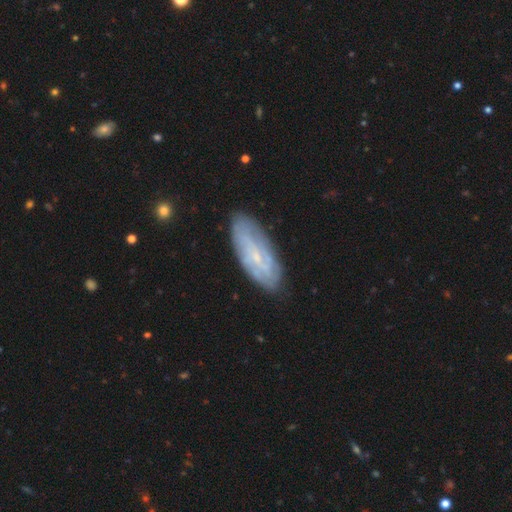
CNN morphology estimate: smooth-or-featured: featured or disk: 61% | smooth: 32% | star or artifact: 8%
  disk-edge-on: no: 84% | yes: 16%
    bar: no: 56% | weak: 35% | strong: 10%
    has-spiral-arms: yes: 73% | no: 27%
    bulge-size: small: 78% | moderate: 12% | none: 7% | large: 1% | dominant: 1%
  merging: none: 80% | minor disturbance: 14% | major disturbance: 3% | merger: 2%